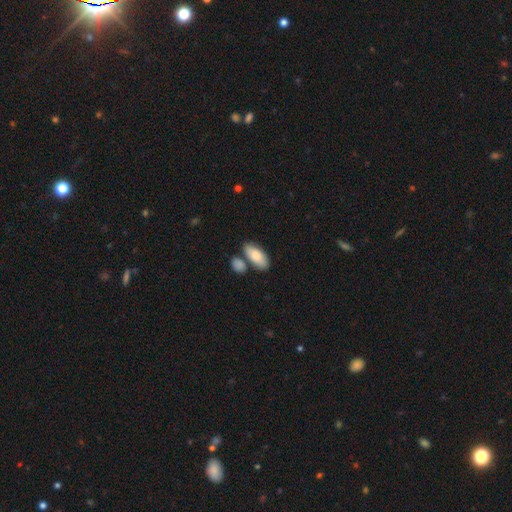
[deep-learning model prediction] A smooth galaxy with no disk features (83%) that is in between round and cigar-shaped (89%). Merging: none (62%).